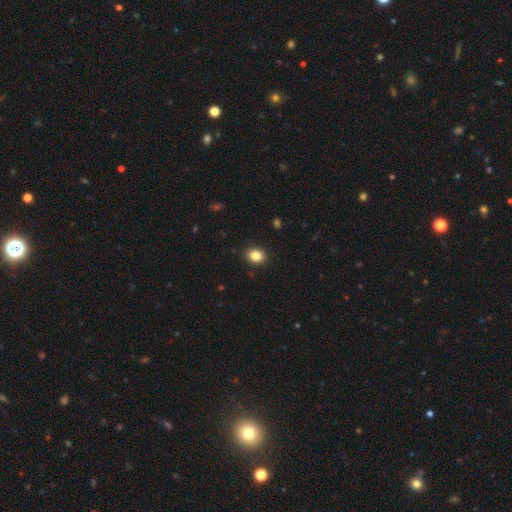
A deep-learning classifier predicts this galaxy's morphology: Smooth or featured: smooth — 85% (star or artifact — 10%)
How rounded: in between — 51% (round — 48%)
Merging: none — 90% (minor disturbance — 7%)